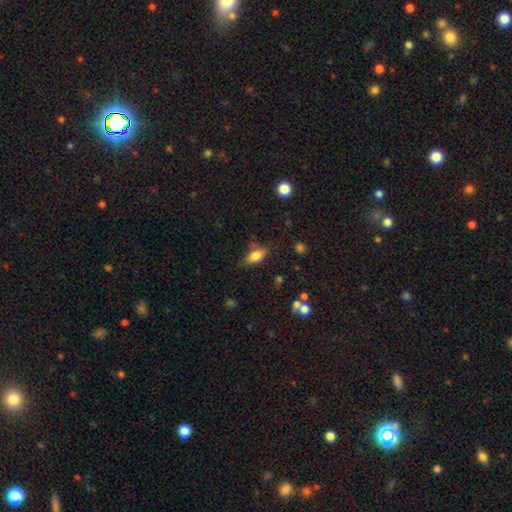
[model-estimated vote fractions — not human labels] This appears to be a smooth galaxy with no disk features (75%) that is in between round and cigar-shaped (84%). Merging: none (66%).